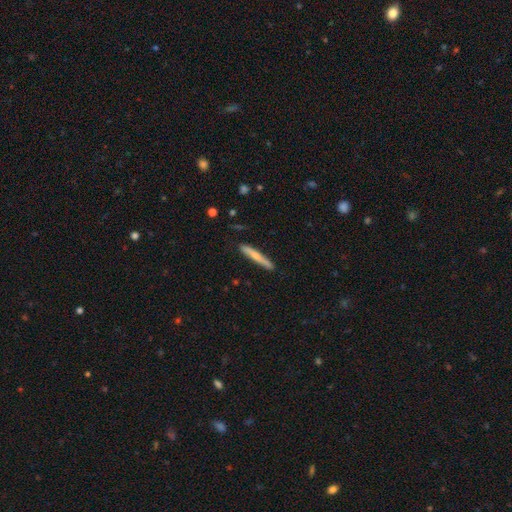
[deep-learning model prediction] smooth-or-featured: smooth: 53% | featured or disk: 41% | star or artifact: 5%
  how-rounded: cigar-shaped: 95% | in between: 4% | round: 1%
  merging: none: 86% | minor disturbance: 11% | major disturbance: 2% | merger: 1%